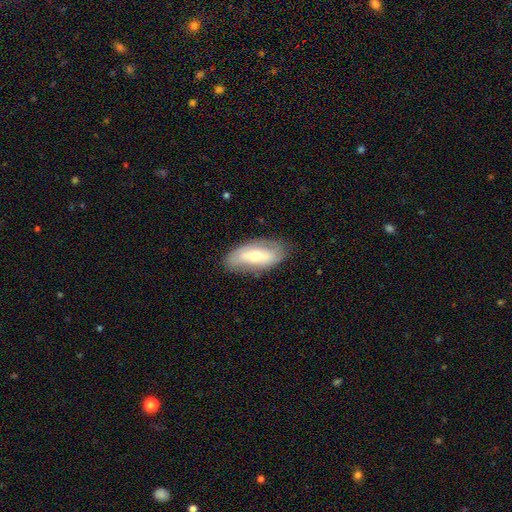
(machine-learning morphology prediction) Q: Smooth or featured?
A: smooth (47%); runner-up: featured or disk (46%)
Q: Merging?
A: none (78%); runner-up: minor disturbance (16%)